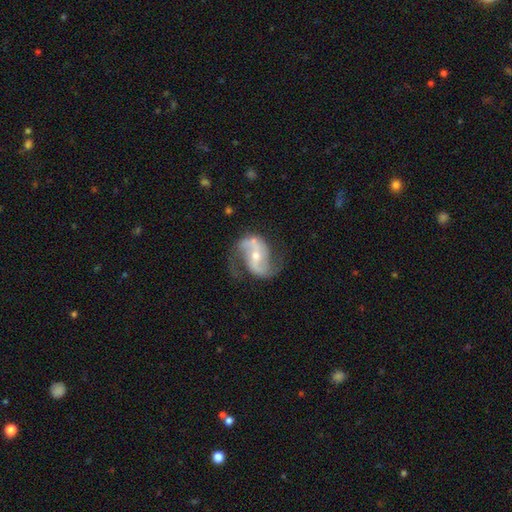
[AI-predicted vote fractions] This is clearly a featured or disk galaxy (88%). It is clearly not viewed edge-on (97%). Bar: marginally weak (37%). Spiral arm pattern: clearly yes (96%). Spiral arm count: clearly 2 (92%). Spiral winding: possibly loose (50%). Central bulge: possibly moderate (48%, tied with small). Merging: likely none (69%).